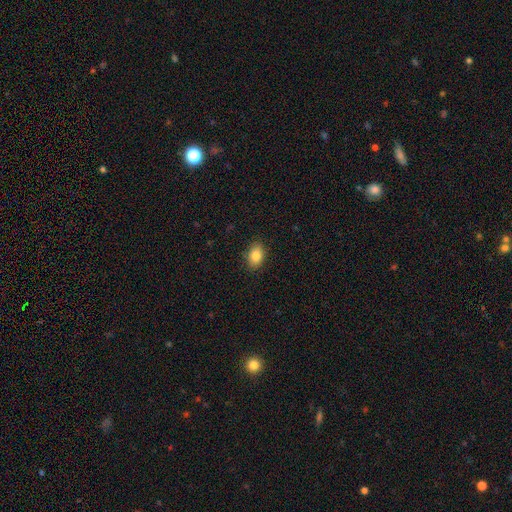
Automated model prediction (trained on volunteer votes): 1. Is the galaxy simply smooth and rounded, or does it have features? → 85% smooth, 8% star or artifact, 7% featured or disk.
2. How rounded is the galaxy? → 82% in between, 17% round, 1% cigar-shaped.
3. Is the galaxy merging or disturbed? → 88% none, 9% minor disturbance, 2% major disturbance, 1% merger.